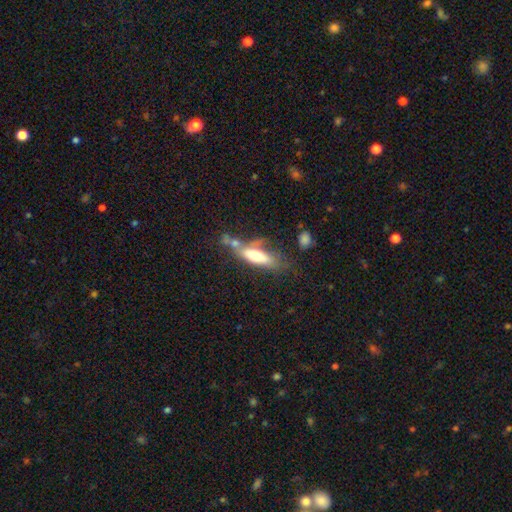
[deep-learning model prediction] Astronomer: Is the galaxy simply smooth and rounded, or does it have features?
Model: smooth — 59% (runner-up: featured or disk, 34%).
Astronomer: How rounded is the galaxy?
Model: in between — 53% (runner-up: cigar-shaped, 45%).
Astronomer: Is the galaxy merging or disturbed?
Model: none — 37% (runner-up: merger, 25%).